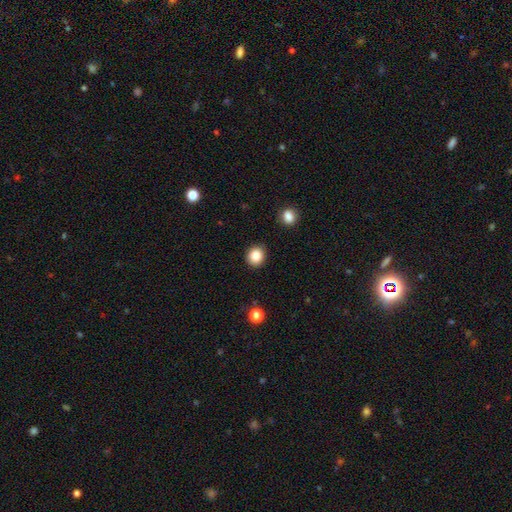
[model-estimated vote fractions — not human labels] smooth 85%, star or artifact 10%, featured or disk 5%. Down the decision tree: how rounded — round (82%); merging — none (90%).